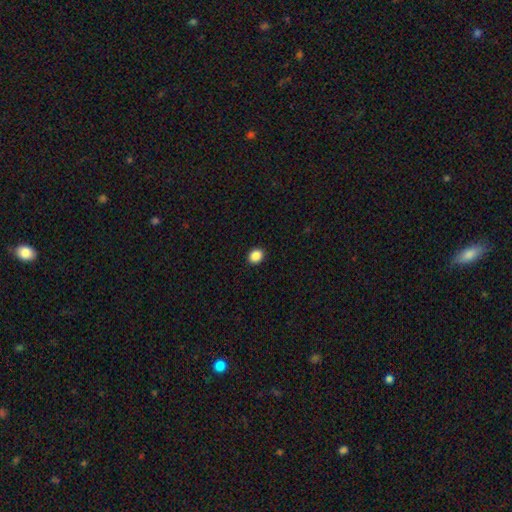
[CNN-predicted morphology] Overall: smooth (88%). How rounded: round (64%; in between 35%). Merging: none (92%).